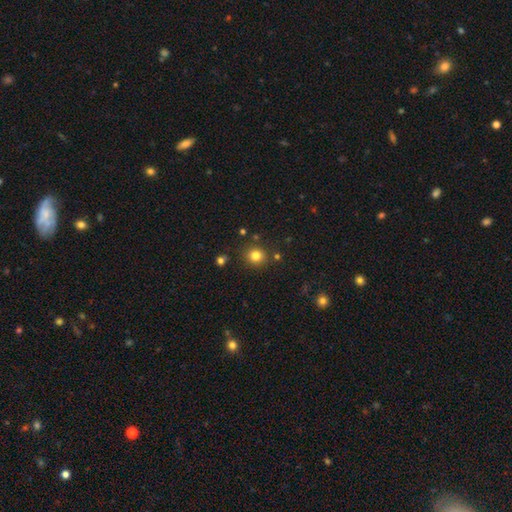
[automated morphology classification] Smooth or featured?
  - smooth: 81% *
  - star or artifact: 14%
  - featured or disk: 6%
How rounded?
  - round: 87% *
  - in between: 12%
  - cigar-shaped: 1%
Merging?
  - none: 86% *
  - minor disturbance: 8%
  - merger: 4%
  - major disturbance: 3%